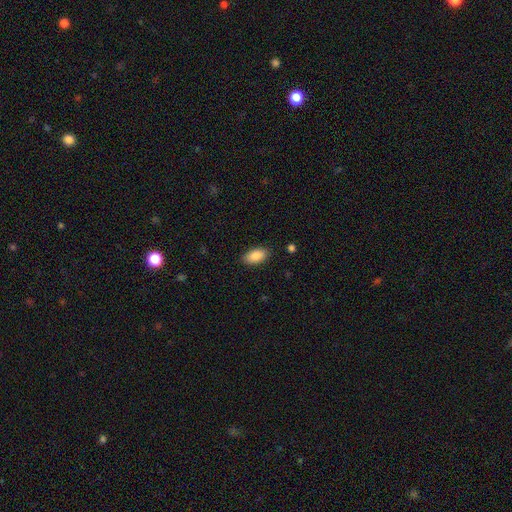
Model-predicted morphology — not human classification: smooth 88%, star or artifact 7%, featured or disk 5%. Down the decision tree: how rounded — in between (93%); merging — none (88%).